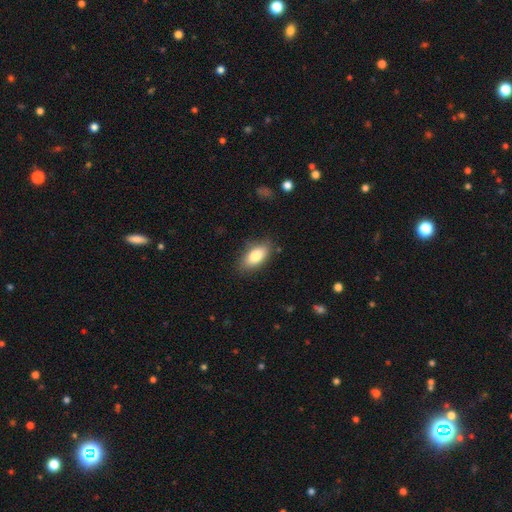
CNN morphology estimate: Smooth or featured: smooth — 81% (featured or disk — 12%)
How rounded: in between — 89% (cigar-shaped — 7%)
Merging: none — 82% (minor disturbance — 14%)